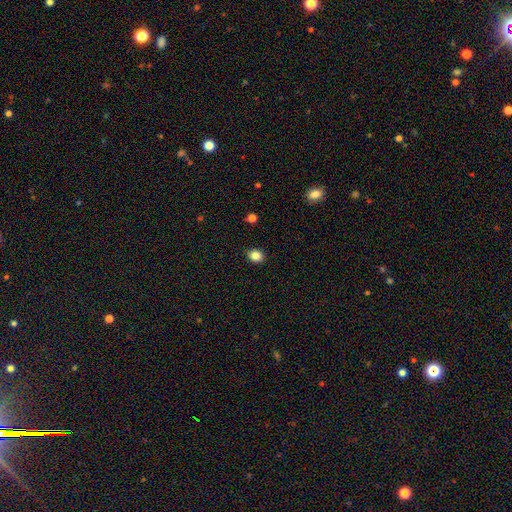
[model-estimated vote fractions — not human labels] smooth_or_featured: smooth (p=0.85) [alt: star or artifact p=0.10]
how_rounded: round (p=0.50) [alt: in between p=0.49]
merging: none (p=0.88) [alt: minor disturbance p=0.09]